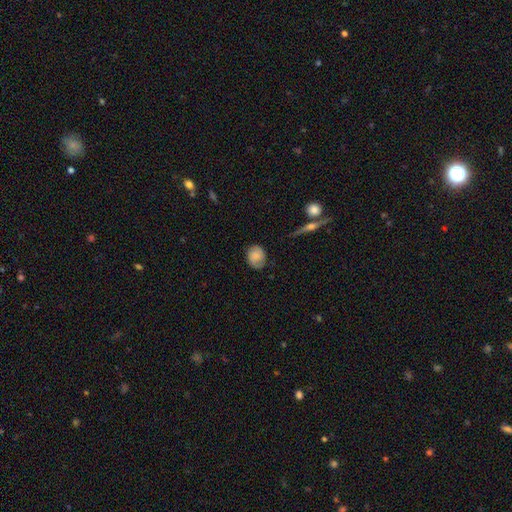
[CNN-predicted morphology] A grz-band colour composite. It shows a smooth galaxy with no disk features (58%) that is round (56%). Merging: none (72%).